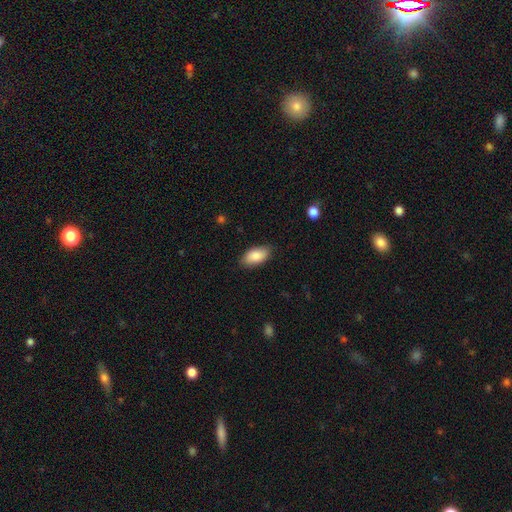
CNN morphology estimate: type=smooth (86%); roundness=in between (93%); merging=none (84%).